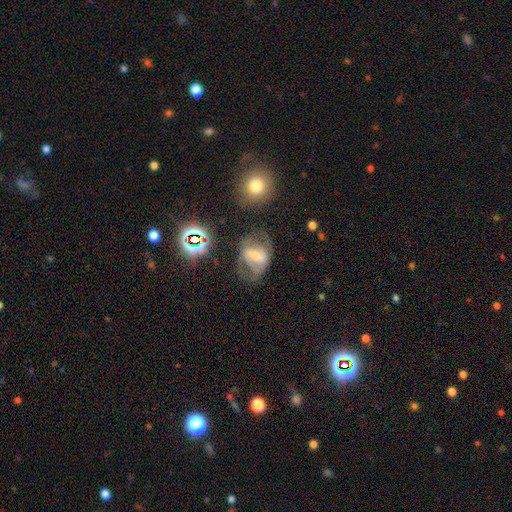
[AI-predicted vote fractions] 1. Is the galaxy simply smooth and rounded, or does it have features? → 54% featured or disk, 33% smooth, 13% star or artifact.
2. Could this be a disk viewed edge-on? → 94% no, 6% yes.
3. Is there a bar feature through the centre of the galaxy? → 43% strong, 36% weak, 21% no.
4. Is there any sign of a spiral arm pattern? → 59% yes, 41% no.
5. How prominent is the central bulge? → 38% small, 34% moderate, 14% none, 11% large, 3% dominant.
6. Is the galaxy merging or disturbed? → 45% none, 28% major disturbance, 23% minor disturbance, 4% merger.